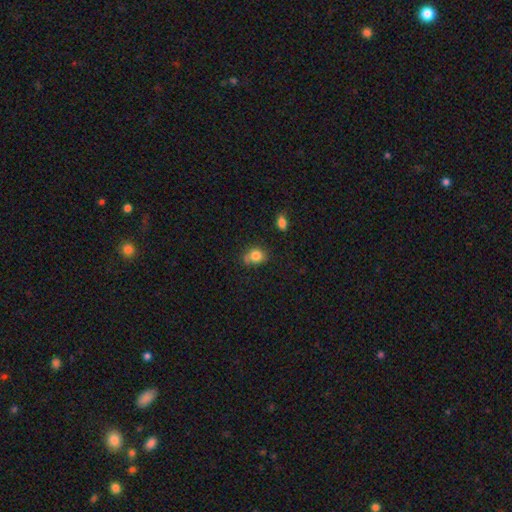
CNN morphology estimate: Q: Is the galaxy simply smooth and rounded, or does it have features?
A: smooth — 82%.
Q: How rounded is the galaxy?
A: round — 60%.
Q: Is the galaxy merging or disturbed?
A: none — 56%.